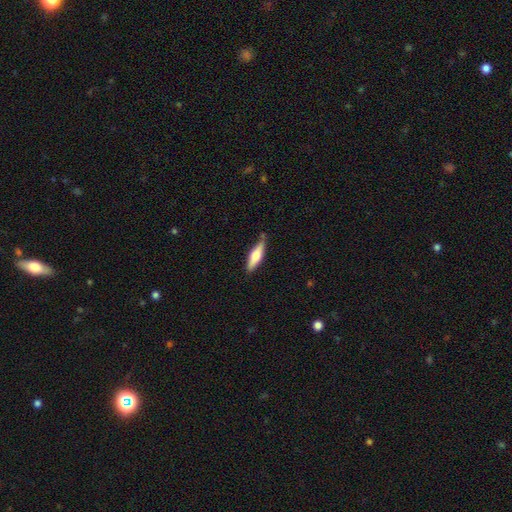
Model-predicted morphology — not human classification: type=smooth (55%); roundness=cigar-shaped (64%); merging=none (76%).